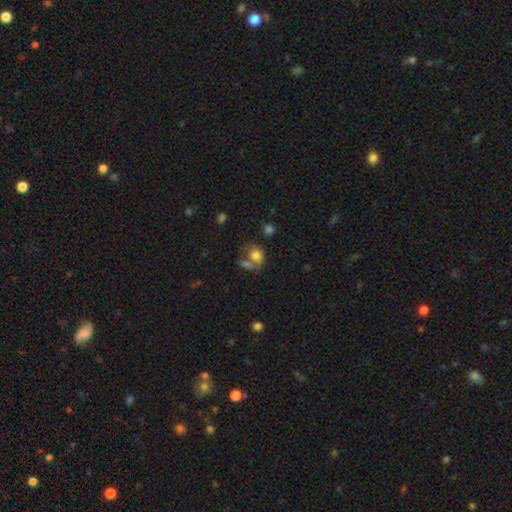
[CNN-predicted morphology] This is likely a smooth galaxy (74%). How rounded: possibly in between (59%). Merging: marginally merger (42%).